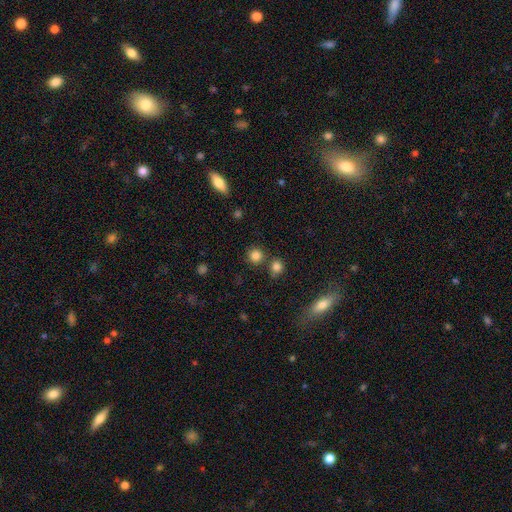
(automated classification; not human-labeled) The model was most divided on "merging": none: 78%, merger: 11%, minor disturbance: 7%, major disturbance: 3%. More confident: how rounded — round (92%); smooth or featured — smooth (83%).